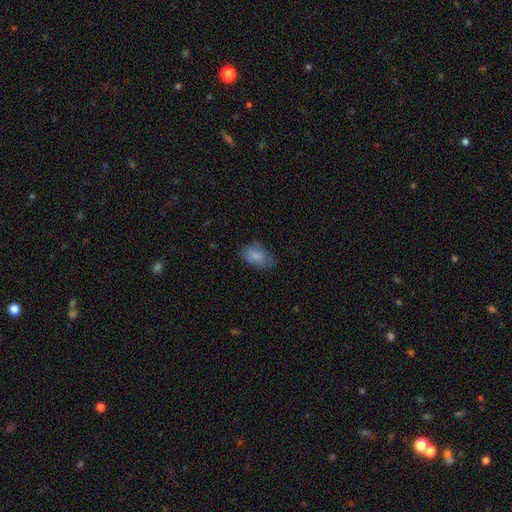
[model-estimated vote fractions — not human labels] This appears to be a smooth galaxy with no disk features (83%) that is in between round and cigar-shaped (87%). Merging: none (64%).